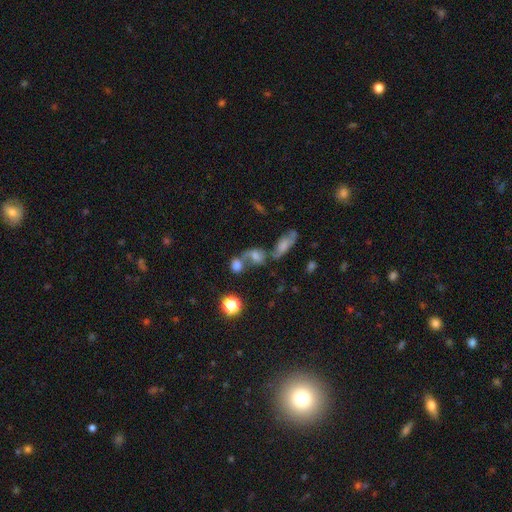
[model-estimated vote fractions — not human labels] A smooth galaxy with no disk features (56%) that is in between round and cigar-shaped (55%). Merging: merger (50%).